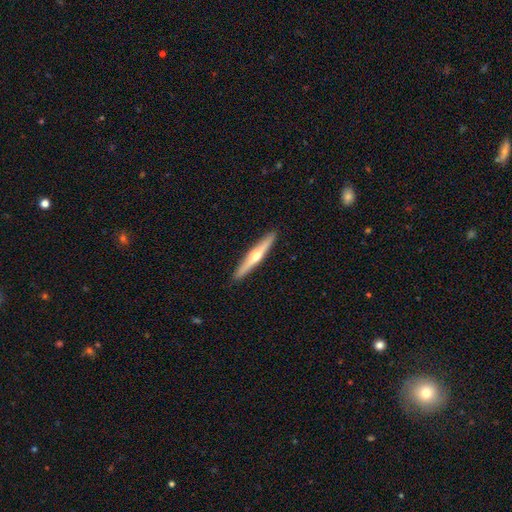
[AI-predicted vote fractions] smooth_or_featured: featured or disk (p=0.66) [alt: smooth p=0.29]
disk_edge_on: yes (p=0.97) [alt: no p=0.03]
edge_on_bulge: rounded (p=0.92) [alt: none p=0.06]
merging: none (p=0.92) [alt: minor disturbance p=0.05]